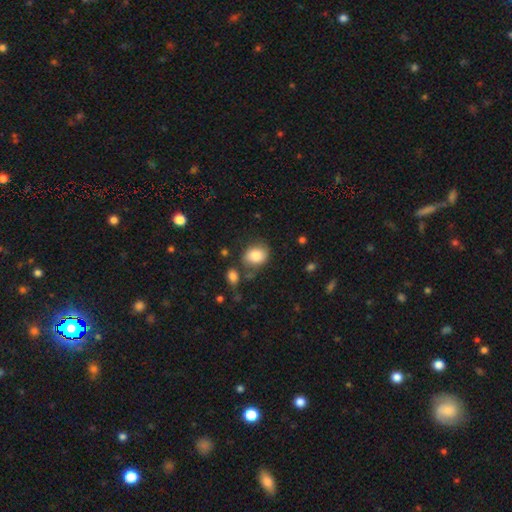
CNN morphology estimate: smooth 81%, featured or disk 11%, star or artifact 8%. Down the decision tree: how rounded — in between (51%); merging — none (68%).